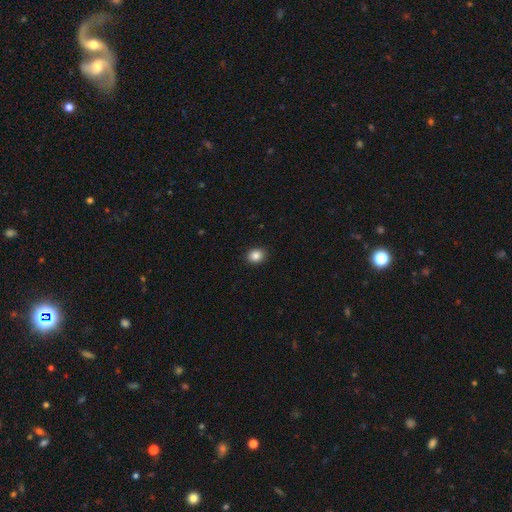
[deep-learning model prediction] Overall: smooth (86%). How rounded: round (55%; in between 44%). Merging: none (91%).